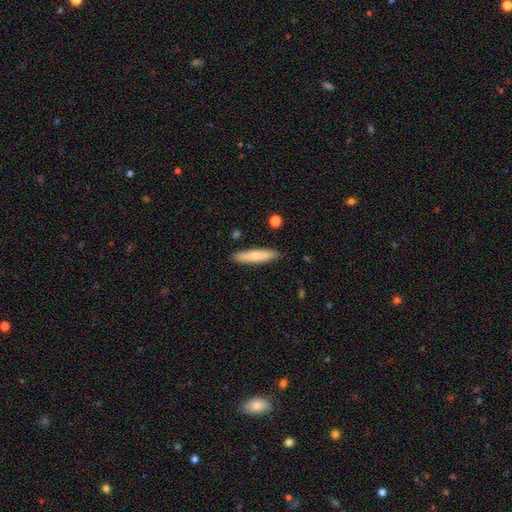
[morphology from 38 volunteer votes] Smooth or featured?
  - smooth: 58% *
  - featured or disk: 34%
  - star or artifact: 8%
How rounded?
  - cigar-shaped: 68% *
  - in between: 32%
  - round: 0%
Merging?
  - none: 94% *
  - minor disturbance: 6%
  - major disturbance: 0%
  - merger: 0%